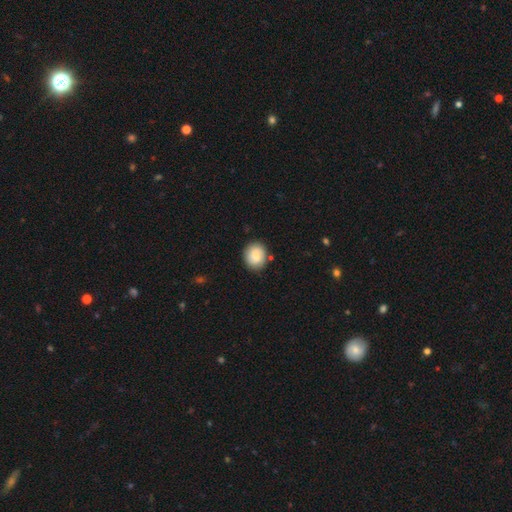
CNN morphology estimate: This is likely a smooth galaxy (77%). How rounded: likely round (72%). Merging: clearly none (85%).